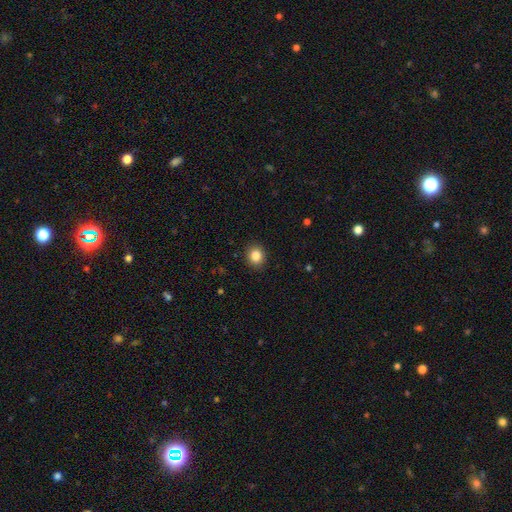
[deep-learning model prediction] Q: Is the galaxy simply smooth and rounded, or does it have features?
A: smooth — 84%.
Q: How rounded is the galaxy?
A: round — 79%.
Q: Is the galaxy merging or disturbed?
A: none — 91%.